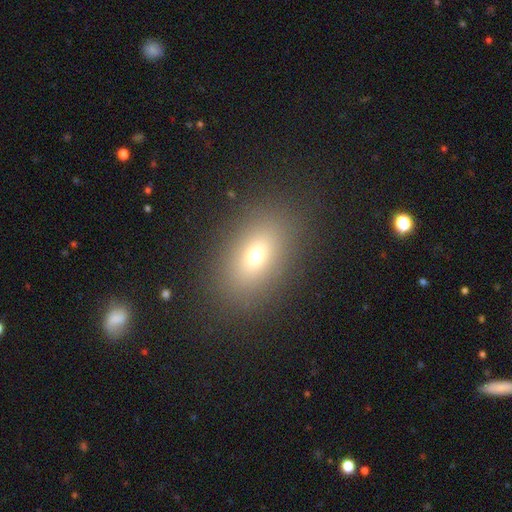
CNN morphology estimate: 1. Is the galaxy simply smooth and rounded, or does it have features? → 67% smooth, 17% star or artifact, 16% featured or disk.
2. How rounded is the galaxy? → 77% in between, 21% round, 3% cigar-shaped.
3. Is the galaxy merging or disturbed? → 86% none, 8% minor disturbance, 5% major disturbance, 1% merger.